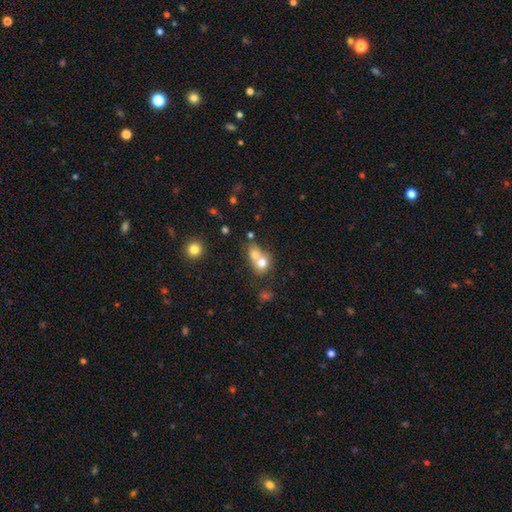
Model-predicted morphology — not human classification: Smooth or featured?
  - smooth: 67% *
  - featured or disk: 19%
  - star or artifact: 14%
How rounded?
  - round: 67% *
  - in between: 32%
  - cigar-shaped: 1%
Merging?
  - merger: 62% *
  - none: 28%
  - minor disturbance: 6%
  - major disturbance: 4%